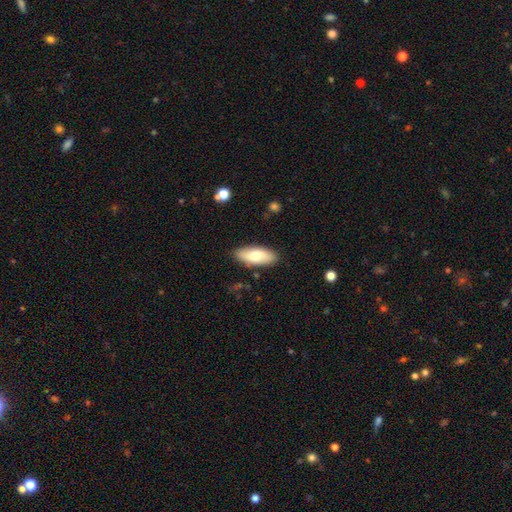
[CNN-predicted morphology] Overall: smooth (72%). How rounded: in between (80%). Merging: none (87%).